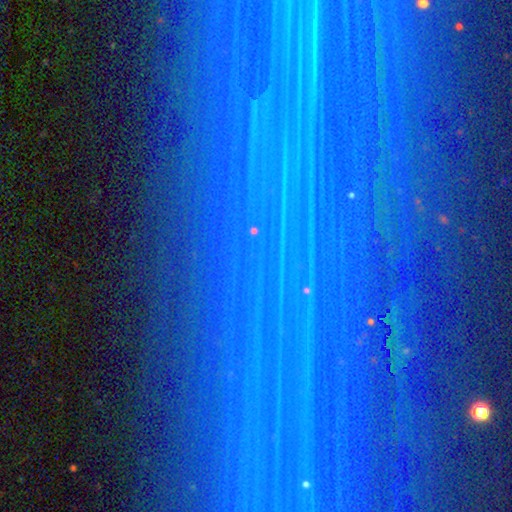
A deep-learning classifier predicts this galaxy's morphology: Smooth or featured?
  - star or artifact: 82% *
  - featured or disk: 10%
  - smooth: 8%